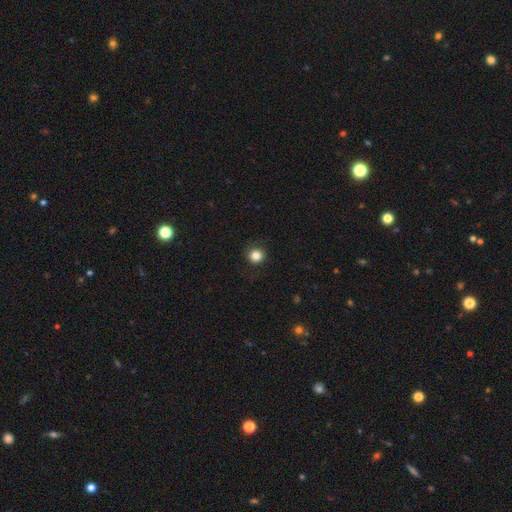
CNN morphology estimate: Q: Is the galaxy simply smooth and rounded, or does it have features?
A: smooth — 84%.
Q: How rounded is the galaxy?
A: round — 92%.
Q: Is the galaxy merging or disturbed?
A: none — 88%.